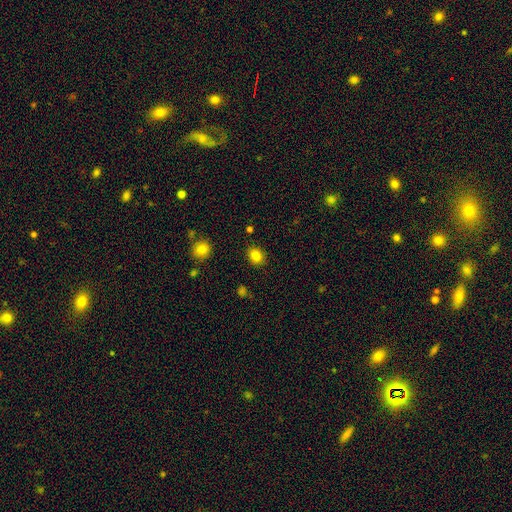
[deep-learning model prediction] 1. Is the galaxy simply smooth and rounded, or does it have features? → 84% smooth, 10% star or artifact, 6% featured or disk.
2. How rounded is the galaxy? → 54% round, 45% in between, 1% cigar-shaped.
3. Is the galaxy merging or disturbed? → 88% none, 8% minor disturbance, 2% major disturbance, 2% merger.